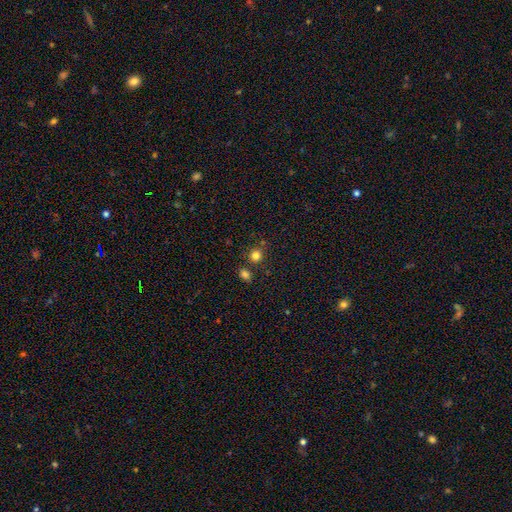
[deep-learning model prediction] The model was most divided on "merging": none: 78%, merger: 11%, minor disturbance: 8%, major disturbance: 3%. More confident: how rounded — round (87%); smooth or featured — smooth (81%).